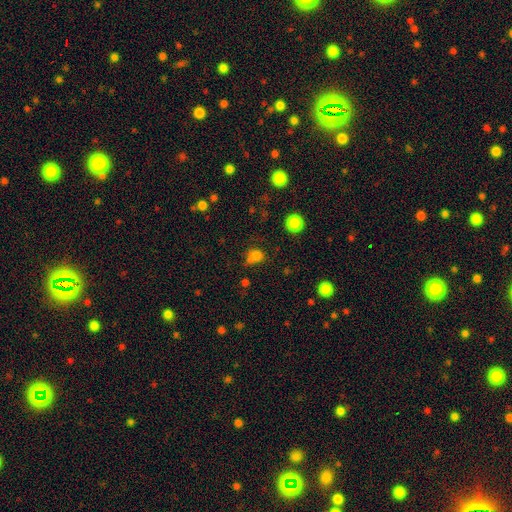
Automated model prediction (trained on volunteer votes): Smooth or featured: smooth — 75% (star or artifact — 17%)
How rounded: round — 73% (in between — 26%)
Merging: none — 52% (merger — 22%)